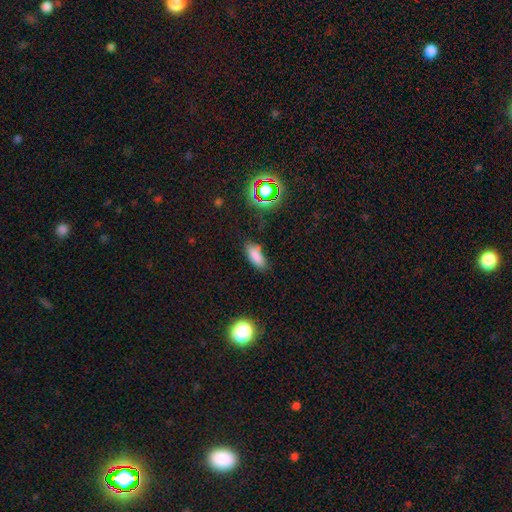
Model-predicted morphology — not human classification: Smooth or featured? Predicted: smooth (p=0.78). How rounded? Predicted: in between (p=0.78). Merging? Predicted: none (p=0.71).